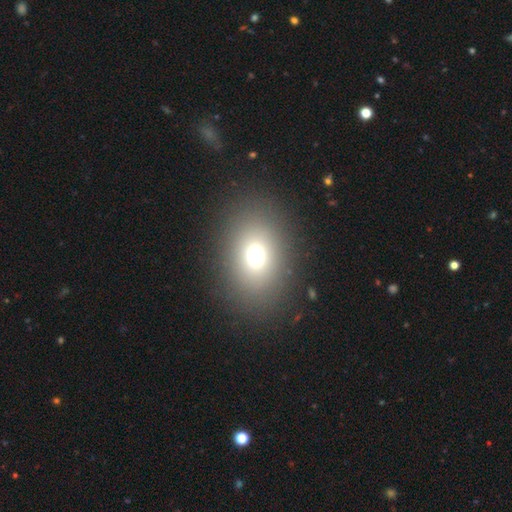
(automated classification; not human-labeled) Q: Smooth or featured?
A: smooth (71%); runner-up: star or artifact (16%)
Q: How rounded?
A: in between (66%); runner-up: round (33%)
Q: Merging?
A: none (86%); runner-up: minor disturbance (8%)